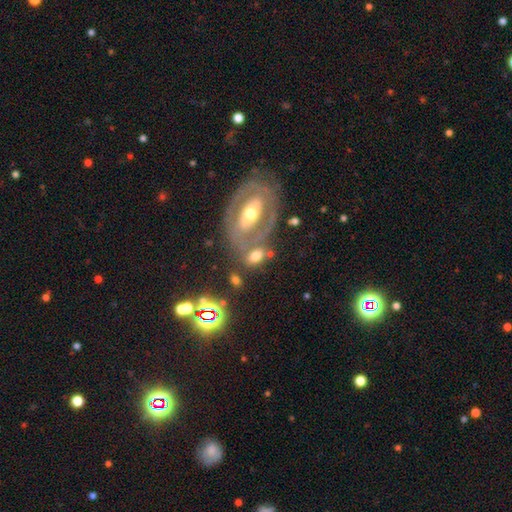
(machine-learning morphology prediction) Q: Smooth or featured?
A: smooth (49%); runner-up: featured or disk (41%)
Q: Merging?
A: none (46%); runner-up: merger (27%)